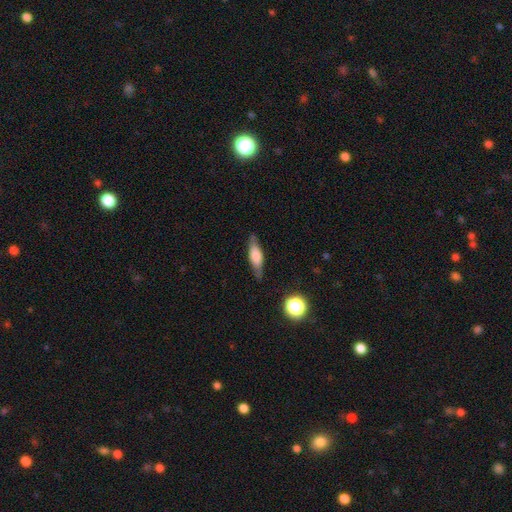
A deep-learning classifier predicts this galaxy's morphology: Smooth or featured: smooth — 54% (featured or disk — 38%)
How rounded: cigar-shaped — 52% (in between — 45%)
Merging: none — 77% (minor disturbance — 17%)